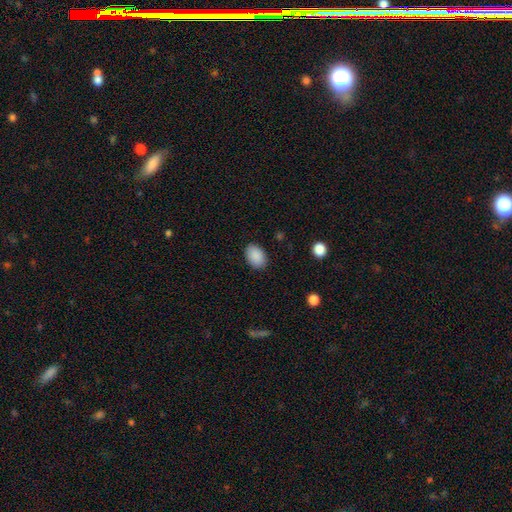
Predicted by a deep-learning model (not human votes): smooth_or_featured: smooth (p=0.90) [alt: star or artifact p=0.07]
how_rounded: in between (p=0.82) [alt: round p=0.17]
merging: none (p=0.87) [alt: minor disturbance p=0.09]